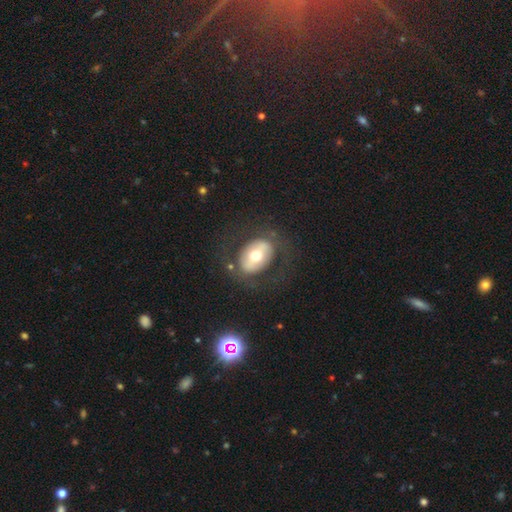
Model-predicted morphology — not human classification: smooth_or_featured: smooth (p=0.47) [alt: featured or disk p=0.46]
merging: none (p=0.71) [alt: minor disturbance p=0.14]